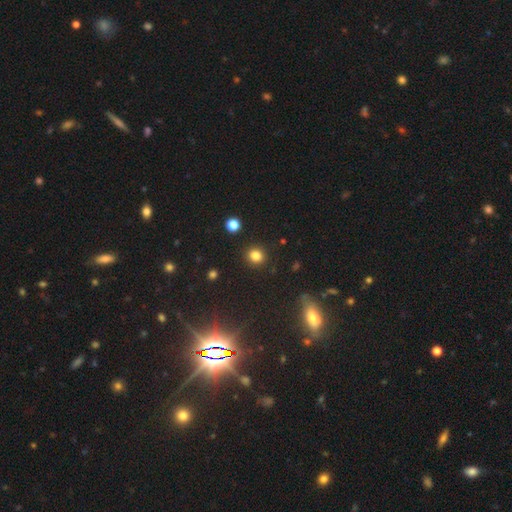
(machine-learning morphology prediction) Smooth or featured? smooth (82%)
How rounded? round (85%)
Merging? none (90%)